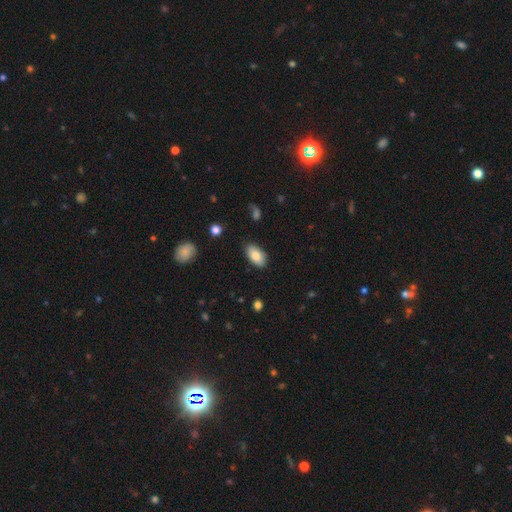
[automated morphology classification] This appears to be a smooth galaxy with no disk features (84%) that is in between round and cigar-shaped (94%). Merging: none (84%).